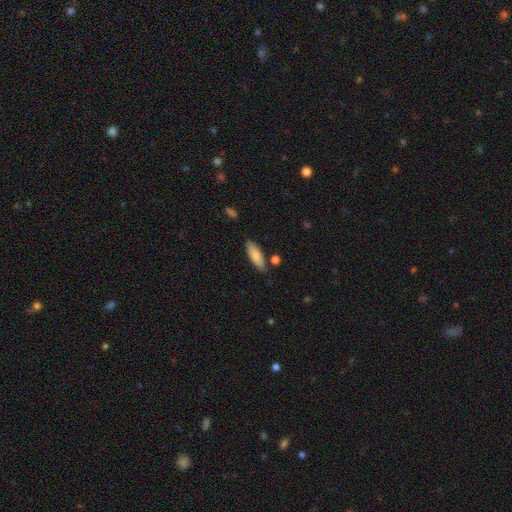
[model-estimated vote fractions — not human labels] Smooth or featured: smooth — 82% (featured or disk — 12%)
How rounded: in between — 59% (cigar-shaped — 39%)
Merging: none — 81% (minor disturbance — 13%)